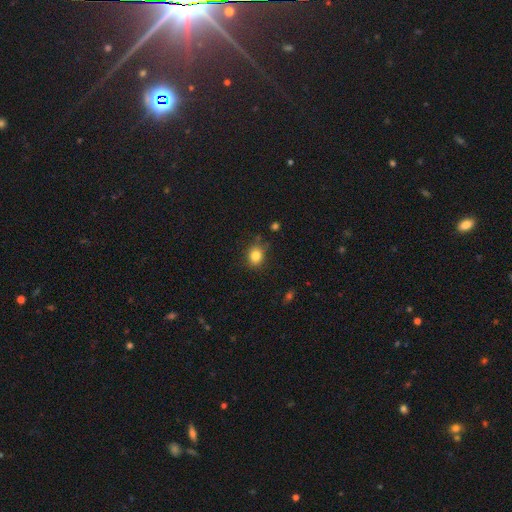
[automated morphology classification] type=smooth (82%); roundness=round (68%); merging=none (80%).